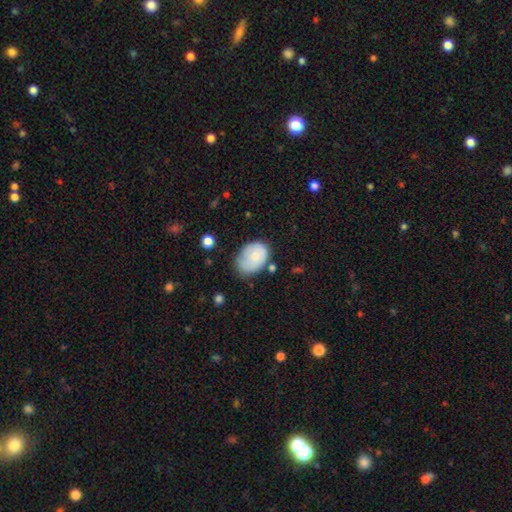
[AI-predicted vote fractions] smooth-or-featured: smooth: 71% | featured or disk: 23% | star or artifact: 7%
  how-rounded: in between: 76% | round: 23% | cigar-shaped: 1%
  merging: none: 46% | minor disturbance: 37% | major disturbance: 12% | merger: 5%